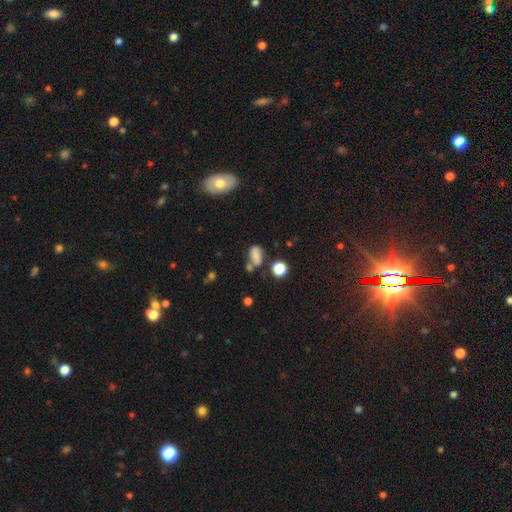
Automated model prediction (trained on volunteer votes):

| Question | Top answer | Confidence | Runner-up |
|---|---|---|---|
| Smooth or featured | smooth | 67% | featured or disk (18%) |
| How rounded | in between | 78% | round (18%) |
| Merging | none | 45% | minor disturbance (22%) |